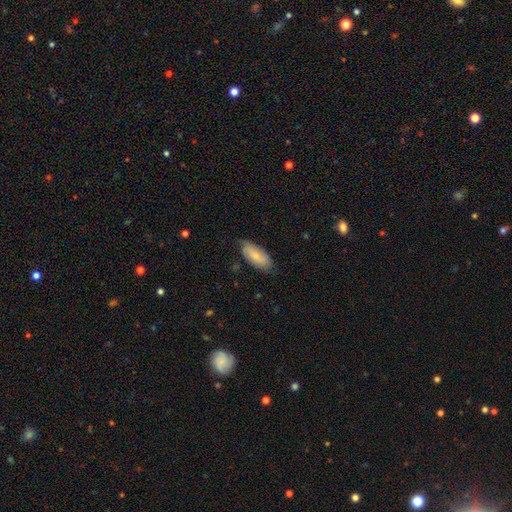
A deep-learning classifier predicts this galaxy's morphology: Overall: smooth (72%). How rounded: in between (84%). Merging: none (73%).